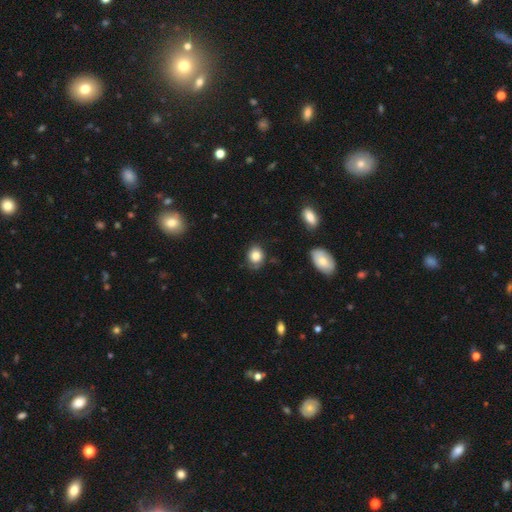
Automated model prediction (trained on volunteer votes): Overall: smooth (82%). How rounded: round (63%; in between 36%). Merging: none (70%).